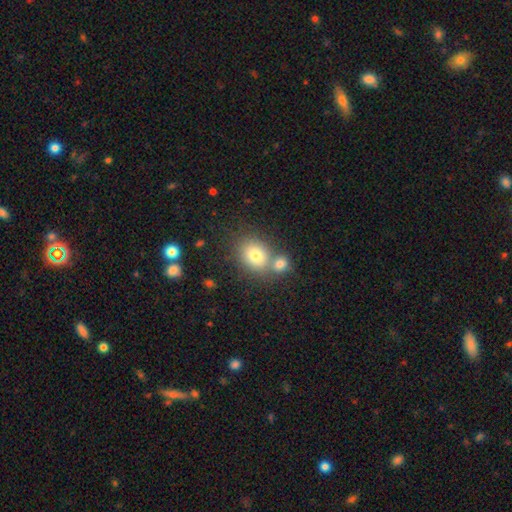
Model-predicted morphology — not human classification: smooth 77%, featured or disk 12%, star or artifact 11%. Down the decision tree: how rounded — round (56%); merging — none (52%).